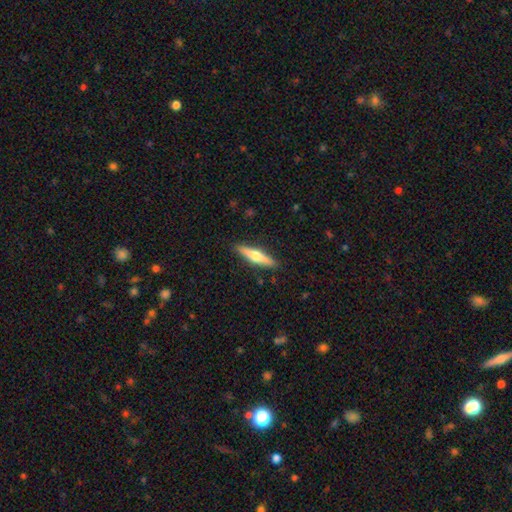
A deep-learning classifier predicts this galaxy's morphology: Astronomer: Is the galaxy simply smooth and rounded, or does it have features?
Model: featured or disk — 52% (runner-up: smooth, 43%).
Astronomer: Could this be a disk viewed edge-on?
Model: yes — 95%.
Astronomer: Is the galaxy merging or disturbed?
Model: none — 90%.